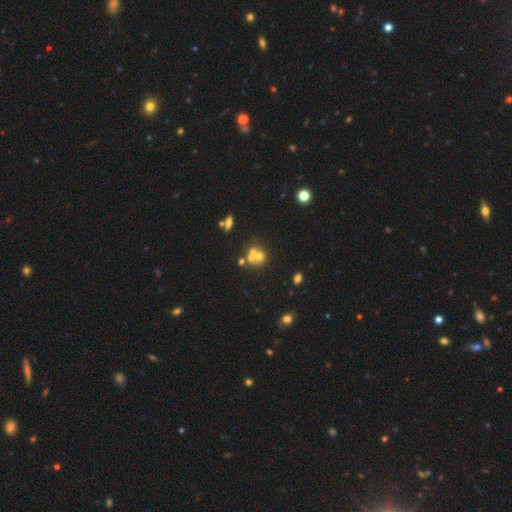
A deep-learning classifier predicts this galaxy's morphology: Smooth or featured?
  - smooth: 50% *
  - featured or disk: 31%
  - star or artifact: 19%
How rounded?
  - round: 77% *
  - in between: 22%
  - cigar-shaped: 1%
Merging?
  - merger: 52% *
  - none: 35%
  - minor disturbance: 8%
  - major disturbance: 5%